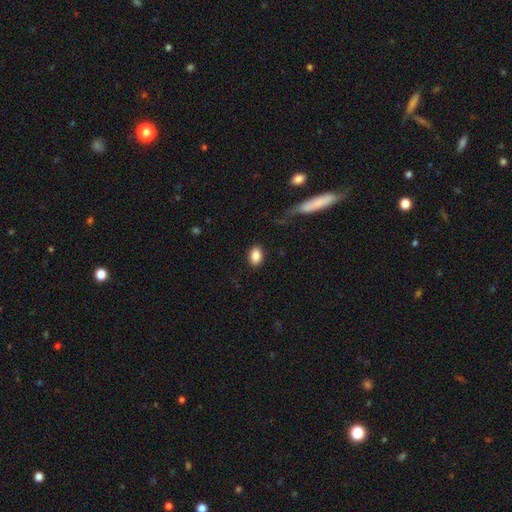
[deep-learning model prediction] Smooth or featured? smooth (87%)
How rounded? in between (85%)
Merging? none (87%)